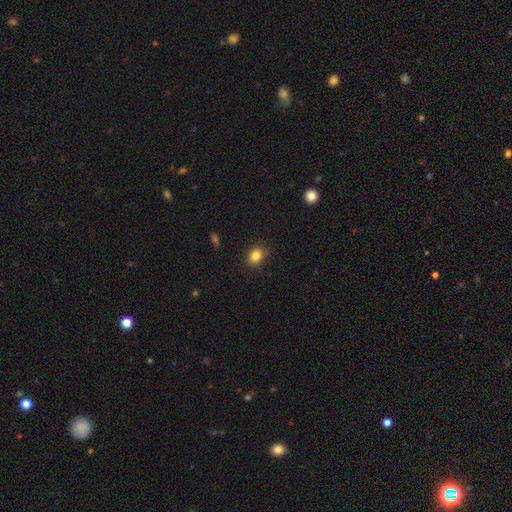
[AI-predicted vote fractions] smooth-or-featured: smooth: 84% | star or artifact: 11% | featured or disk: 5%
  how-rounded: round: 54% | in between: 45% | cigar-shaped: 1%
  merging: none: 85% | minor disturbance: 12% | major disturbance: 3% | merger: 1%